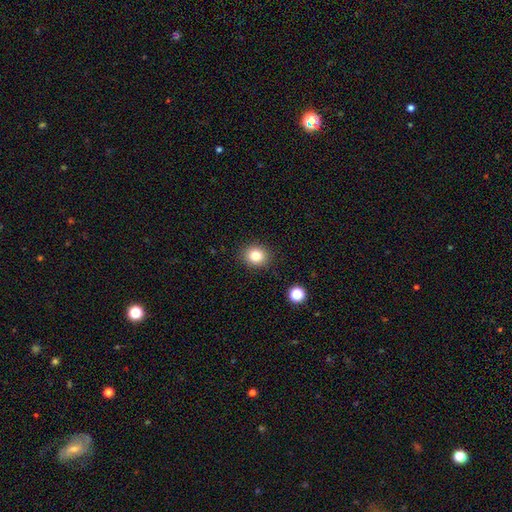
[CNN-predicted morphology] Overall: smooth (82%). How rounded: round (76%). Merging: none (90%).